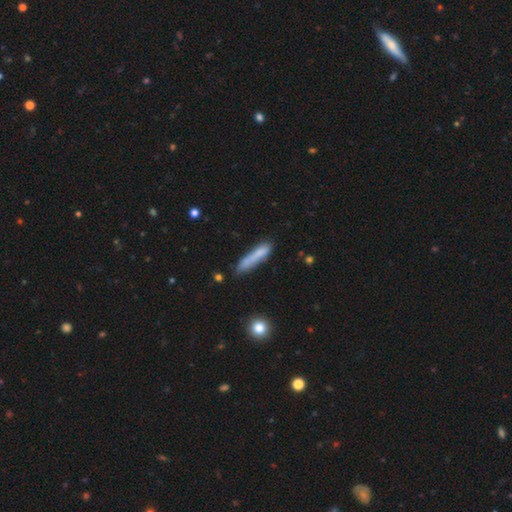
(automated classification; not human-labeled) A smooth galaxy with no disk features (74%) that is cigar-shaped (91%).

Vote fractions:
- Smooth or featured? smooth: 74% / featured or disk: 18% / star or artifact: 8%
- How rounded? cigar-shaped: 91% / in between: 7% / round: 2%
- Merging? none: 66% / minor disturbance: 22% / major disturbance: 6% / merger: 6%